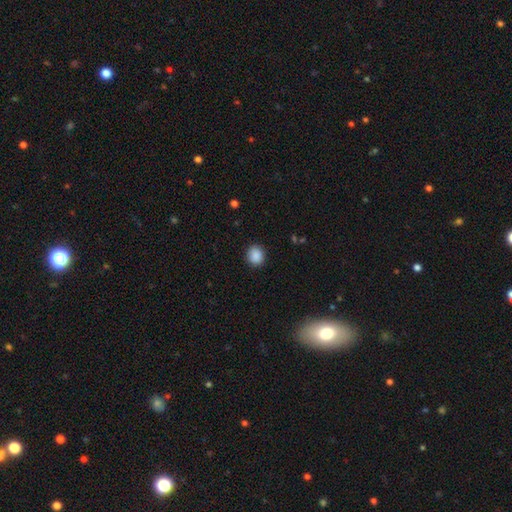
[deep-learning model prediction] This is clearly a smooth galaxy (89%). How rounded: likely round (76%). Merging: clearly none (89%).